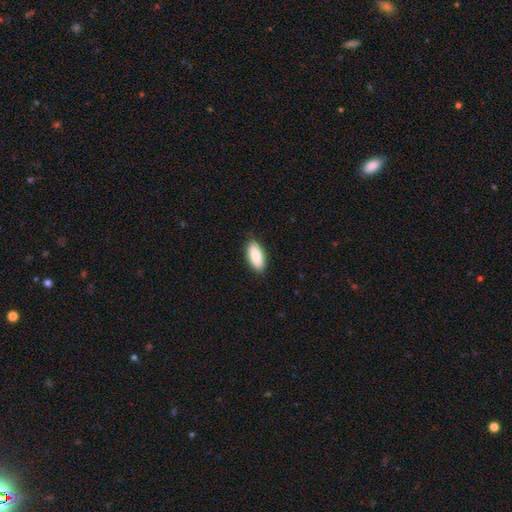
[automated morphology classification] Smooth or featured: smooth — 85% (featured or disk — 9%)
How rounded: in between — 85% (cigar-shaped — 13%)
Merging: none — 86% (minor disturbance — 11%)